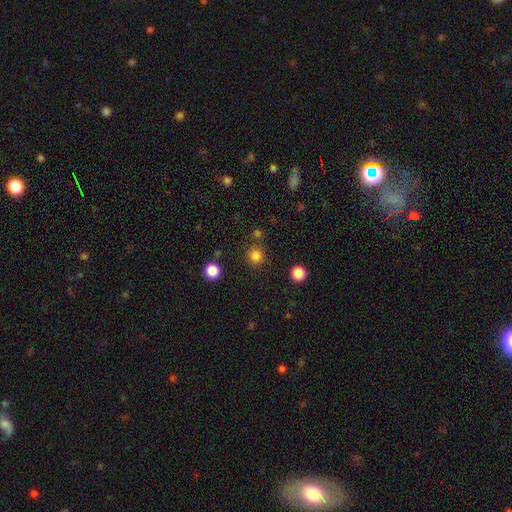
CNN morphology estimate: Smooth or featured? Predicted: smooth (p=0.82). How rounded? Predicted: round (p=0.95). Merging? Predicted: none (p=0.84).